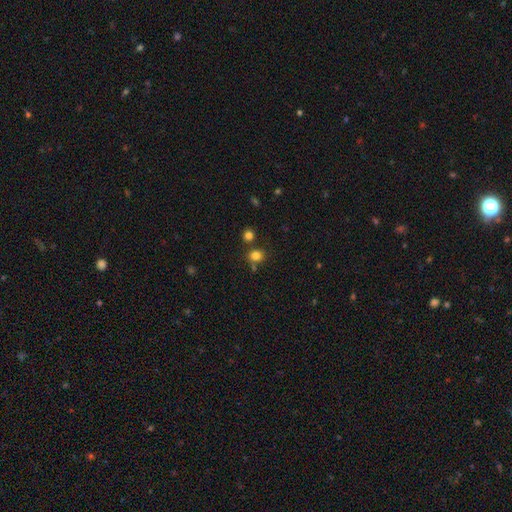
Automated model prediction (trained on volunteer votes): Smooth or featured? Predicted: smooth (p=0.80). How rounded? Predicted: round (p=0.74). Merging? Predicted: none (p=0.73).